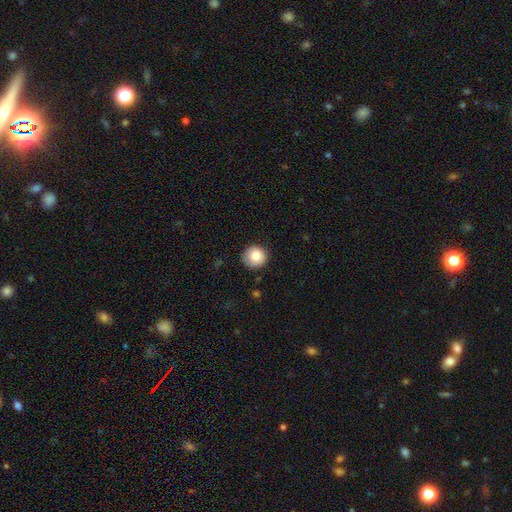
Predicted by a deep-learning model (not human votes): This appears to be a smooth galaxy with no disk features (85%) that is round (94%). Merging: none (86%).